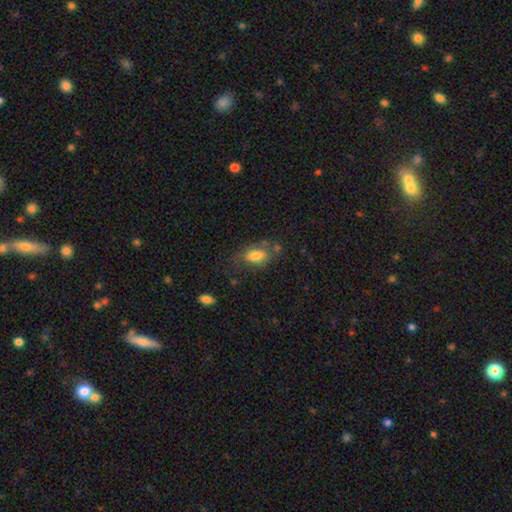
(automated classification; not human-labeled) This appears to be a smooth galaxy with no disk features (73%) that is in between round and cigar-shaped (88%). Merging: none (55%).